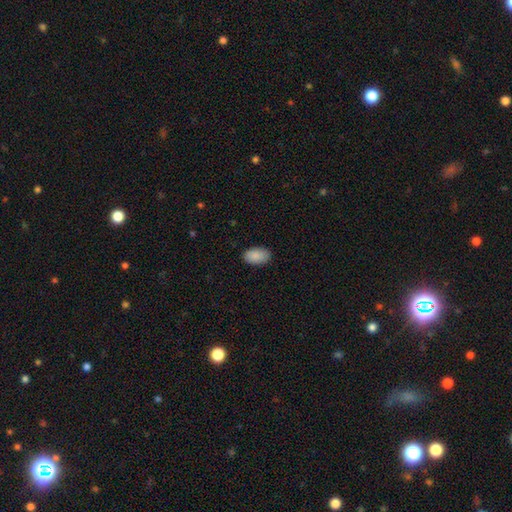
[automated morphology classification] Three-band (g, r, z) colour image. It shows a smooth galaxy with no disk features (90%) that is in between round and cigar-shaped (94%). Merging: none (86%).